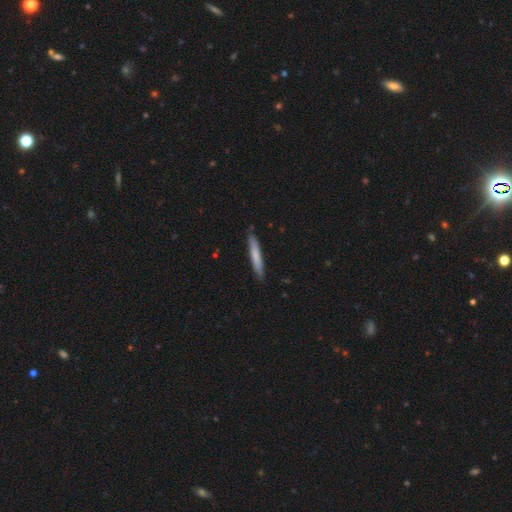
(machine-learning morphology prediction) Overall: smooth (72%). How rounded: cigar-shaped (94%). Merging: none (85%).